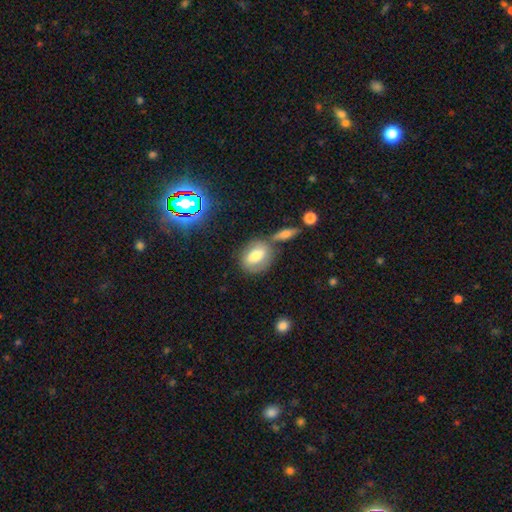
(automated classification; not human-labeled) Smooth or featured? Predicted: smooth (p=0.68). How rounded? Predicted: in between (p=0.66). Merging? Predicted: none (p=0.60).